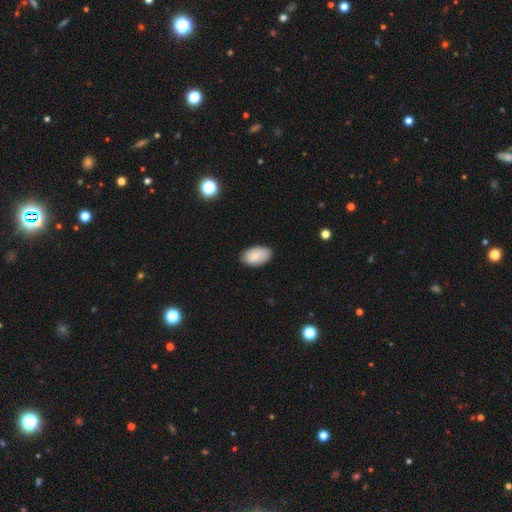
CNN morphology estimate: smooth_or_featured: smooth (p=0.80) [alt: featured or disk p=0.13]
how_rounded: in between (p=0.94) [alt: round p=0.05]
merging: none (p=0.84) [alt: minor disturbance p=0.13]